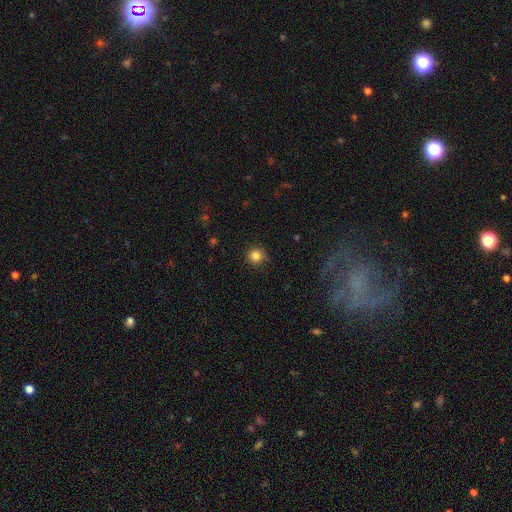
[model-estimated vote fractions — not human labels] This is clearly a smooth galaxy (84%). How rounded: clearly round (94%). Merging: clearly none (85%).